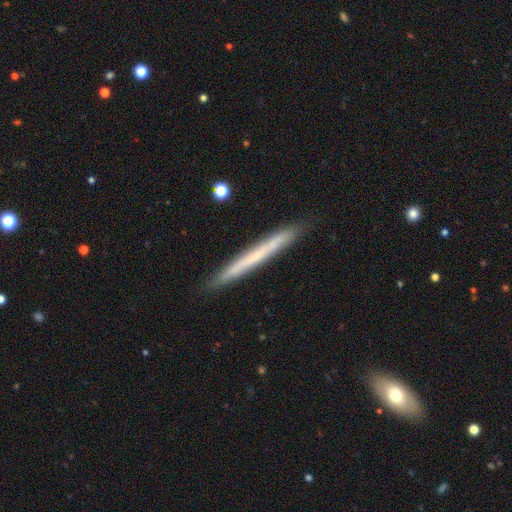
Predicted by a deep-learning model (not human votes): Smooth or featured? smooth (51%)
How rounded? cigar-shaped (97%)
Merging? none (91%)